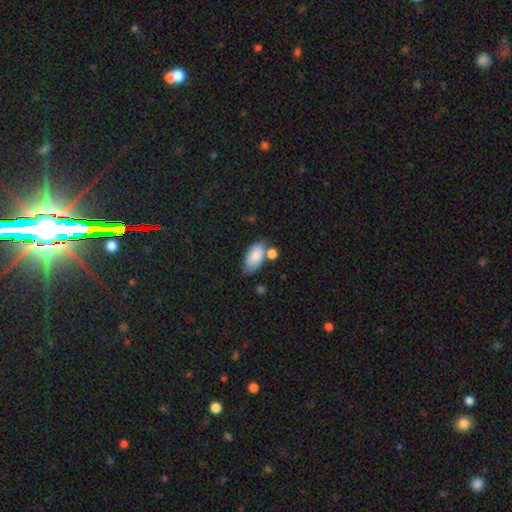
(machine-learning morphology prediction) Smooth or featured? smooth (83%)
How rounded? in between (93%)
Merging? none (56%)